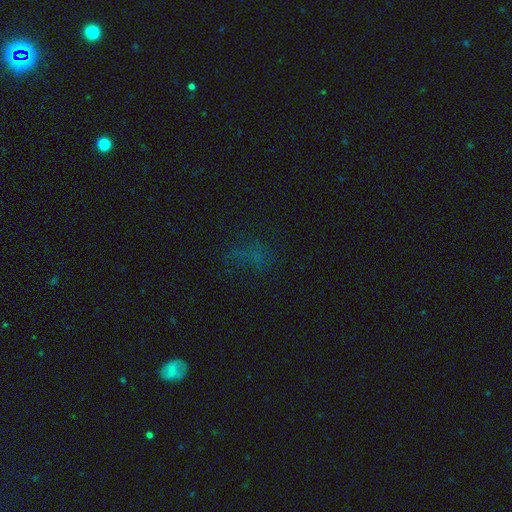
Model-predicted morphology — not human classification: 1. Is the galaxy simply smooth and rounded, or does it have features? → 47% star or artifact, 35% smooth, 18% featured or disk.